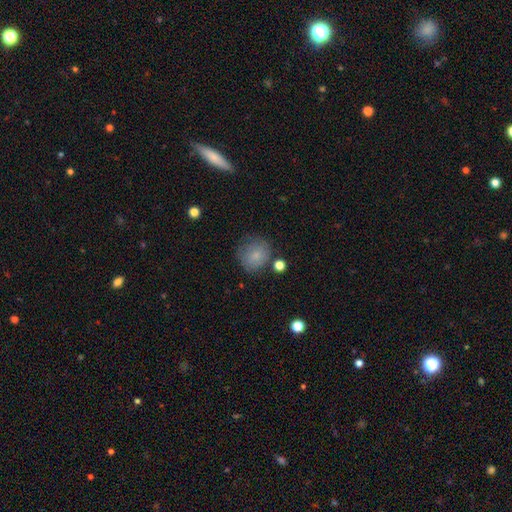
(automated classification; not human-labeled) A smooth galaxy with no disk features (79%) that is round (85%).

Vote fractions:
- Smooth or featured? smooth: 79% / featured or disk: 12% / star or artifact: 9%
- How rounded? round: 85% / in between: 14% / cigar-shaped: 1%
- Merging? none: 70% / minor disturbance: 19% / major disturbance: 7% / merger: 5%